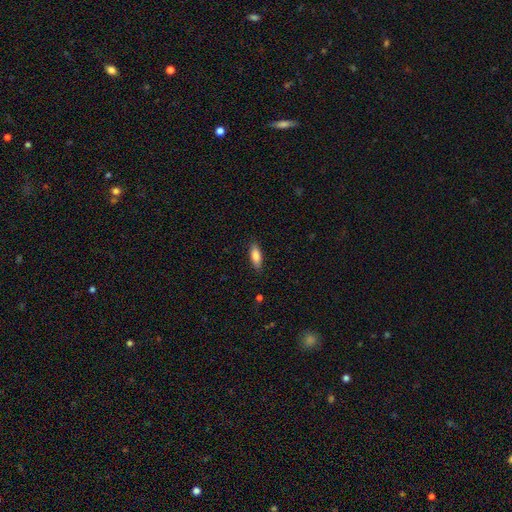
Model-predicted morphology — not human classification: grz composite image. It shows a smooth galaxy with no disk features (84%) that is in between round and cigar-shaped (68%). Merging: none (87%).